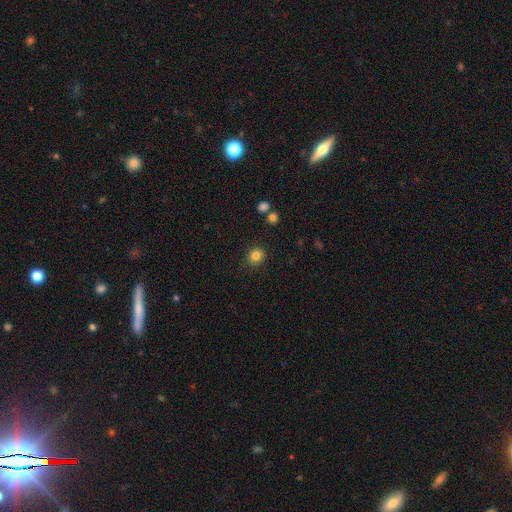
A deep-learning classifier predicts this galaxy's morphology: Overall: smooth (84%). How rounded: round (83%). Merging: none (88%).